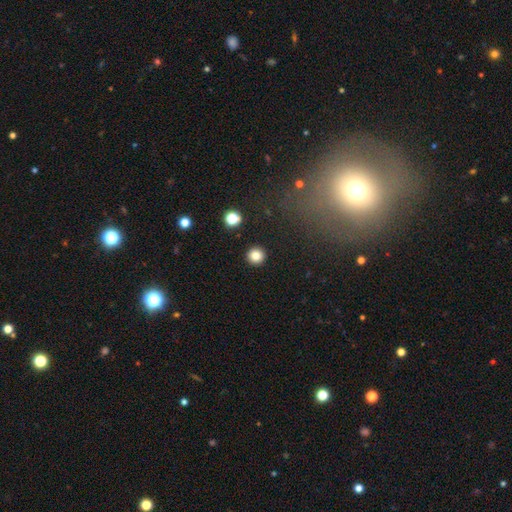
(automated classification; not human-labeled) Q: Smooth or featured?
A: smooth (84%); runner-up: star or artifact (11%)
Q: How rounded?
A: round (95%); runner-up: in between (4%)
Q: Merging?
A: none (93%); runner-up: minor disturbance (4%)